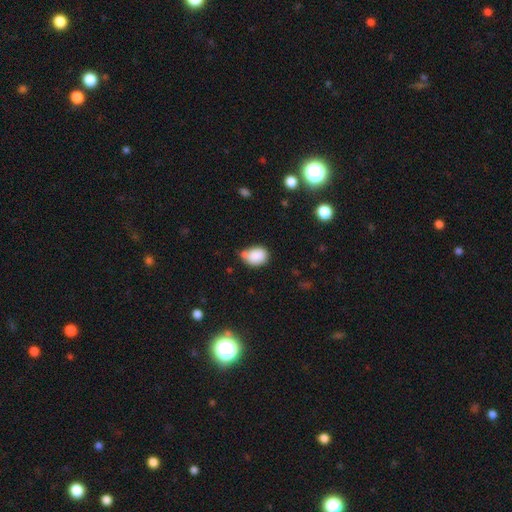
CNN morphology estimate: Overall: smooth (86%). How rounded: in between (59%; round 40%). Merging: none (50%; minor disturbance 28%).